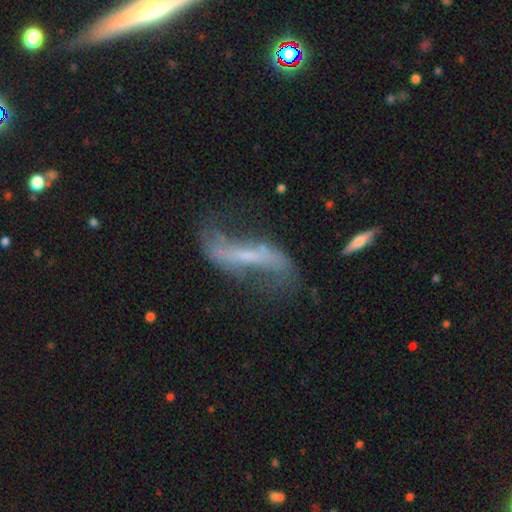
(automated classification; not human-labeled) smooth_or_featured: featured or disk (p=0.74) [alt: smooth p=0.18]
disk_edge_on: no (p=0.80) [alt: yes p=0.20]
bar: strong (p=0.47) [alt: weak p=0.30]
has_spiral_arms: yes (p=0.75) [alt: no p=0.25]
bulge_size: small (p=0.38) [alt: none p=0.37]
merging: none (p=0.46) [alt: major disturbance p=0.26]